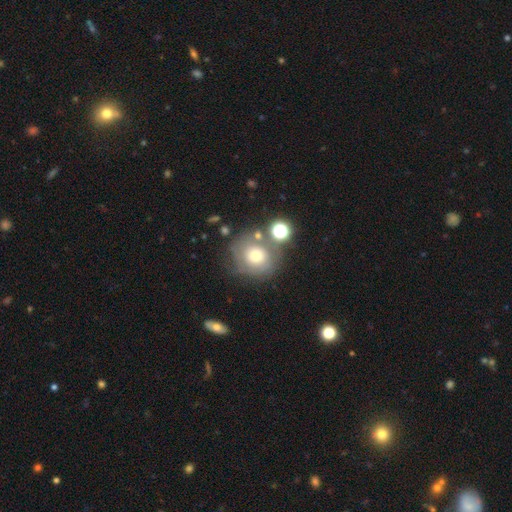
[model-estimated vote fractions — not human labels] Smooth or featured? Predicted: smooth (p=0.49). Merging? Predicted: none (p=0.62).